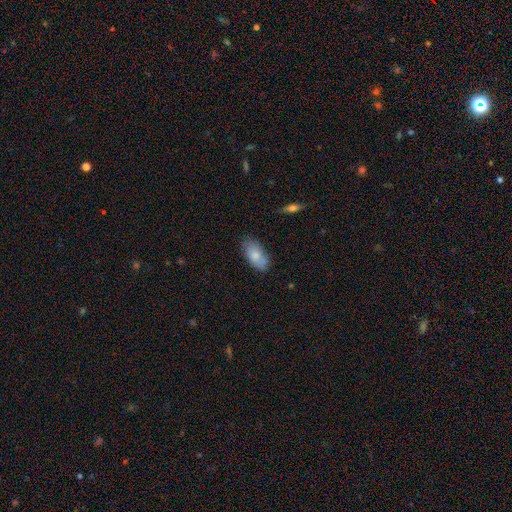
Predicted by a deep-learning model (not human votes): smooth 77%, featured or disk 16%, star or artifact 6%. Down the decision tree: how rounded — in between (93%); merging — none (75%).